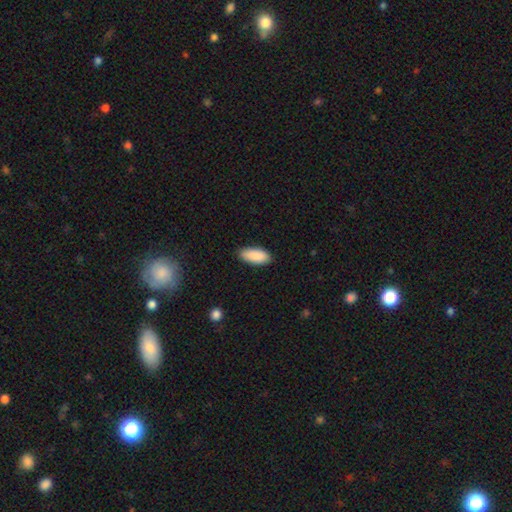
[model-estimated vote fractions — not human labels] smooth-or-featured: smooth: 90% | star or artifact: 6% | featured or disk: 4%
  how-rounded: in between: 88% | cigar-shaped: 10% | round: 2%
  merging: none: 87% | minor disturbance: 10% | major disturbance: 2% | merger: 1%